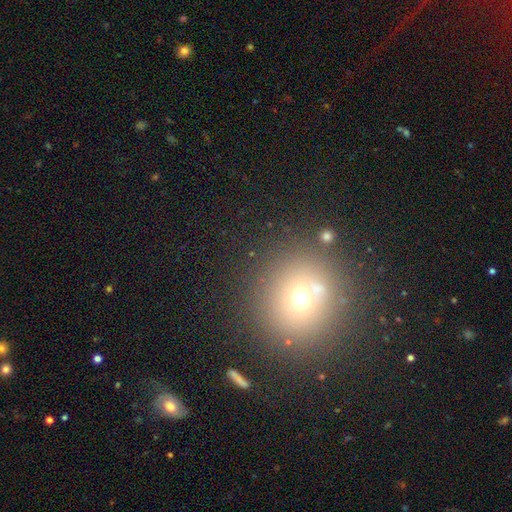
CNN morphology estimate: smooth 55%, star or artifact 32%, featured or disk 13%. Down the decision tree: how rounded — round (90%); merging — none (84%).